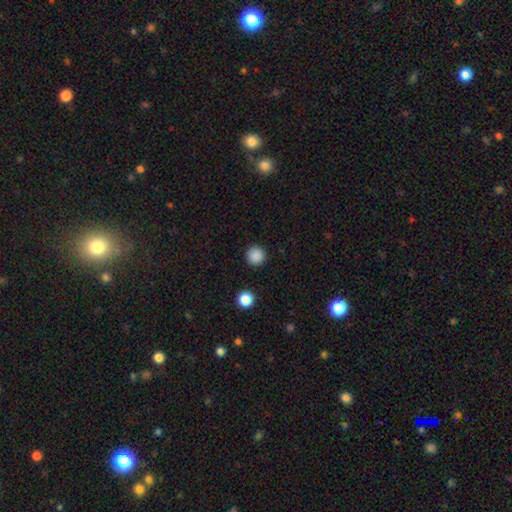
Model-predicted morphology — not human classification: Overall: smooth (87%). How rounded: round (96%). Merging: none (92%).